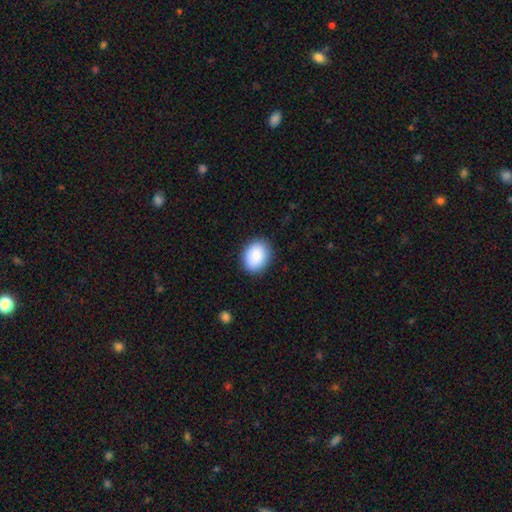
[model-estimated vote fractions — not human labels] A smooth galaxy with no disk features (89%) that is in between round and cigar-shaped (59%). Merging: none (87%).